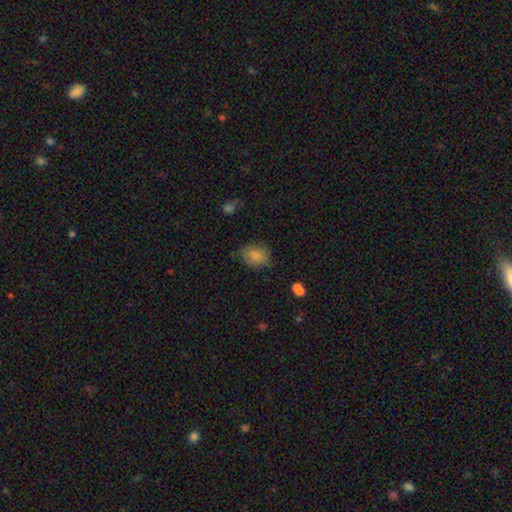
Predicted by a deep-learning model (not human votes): This appears to be a smooth galaxy with no disk features (80%) that is in between round and cigar-shaped (51%). Merging: none (68%).